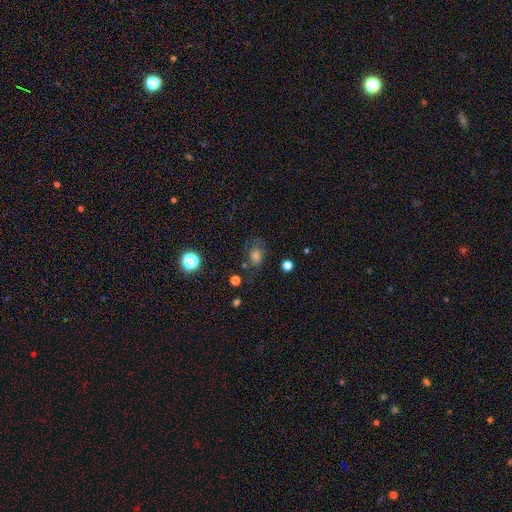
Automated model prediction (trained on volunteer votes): Smooth or featured: smooth — 61% (star or artifact — 22%)
How rounded: in between — 55% (round — 44%)
Merging: none — 58% (minor disturbance — 23%)